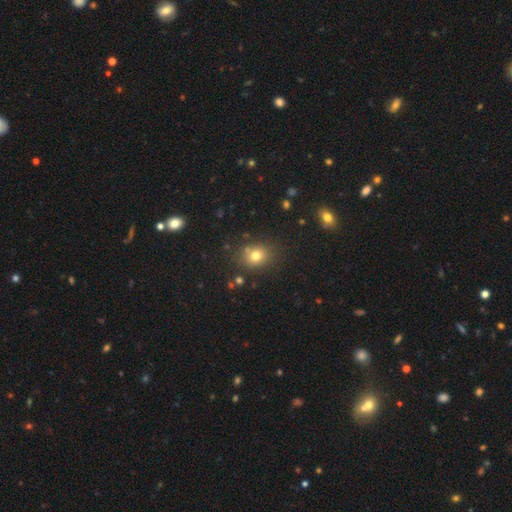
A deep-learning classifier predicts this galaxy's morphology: type=smooth (74%); roundness=round (64%); merging=none (78%).